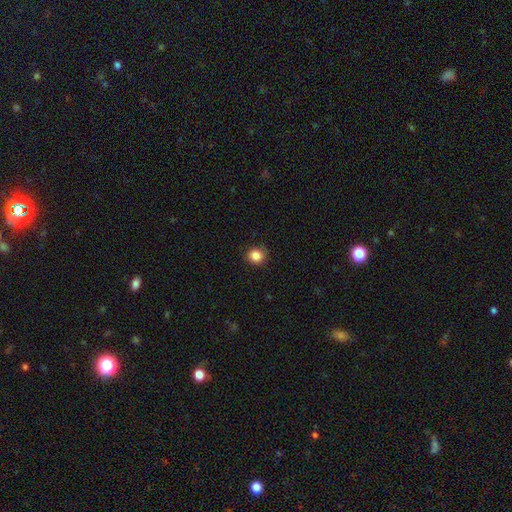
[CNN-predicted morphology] This appears to be a smooth galaxy with no disk features (85%) that is round (90%). Merging: none (87%).